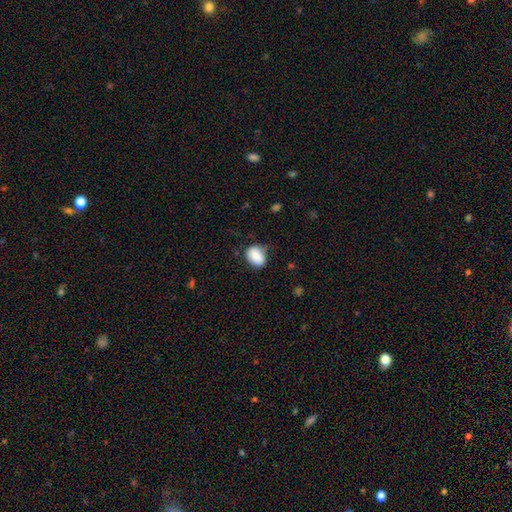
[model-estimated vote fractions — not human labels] A smooth galaxy with no disk features (84%) that is in between round and cigar-shaped (71%). Merging: none (67%).